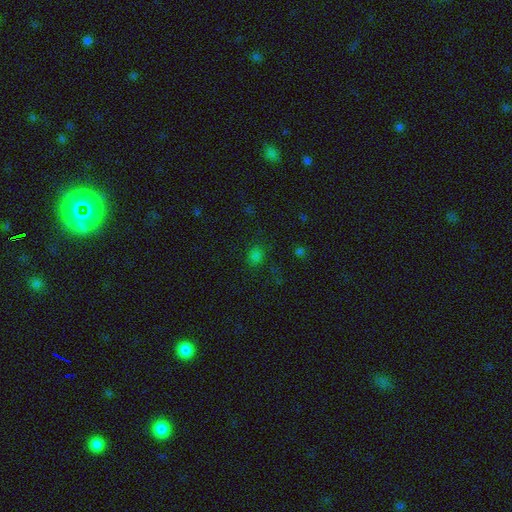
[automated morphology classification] This appears to be a smooth galaxy with no disk features (73%) that is round (55%). Merging: none (78%).